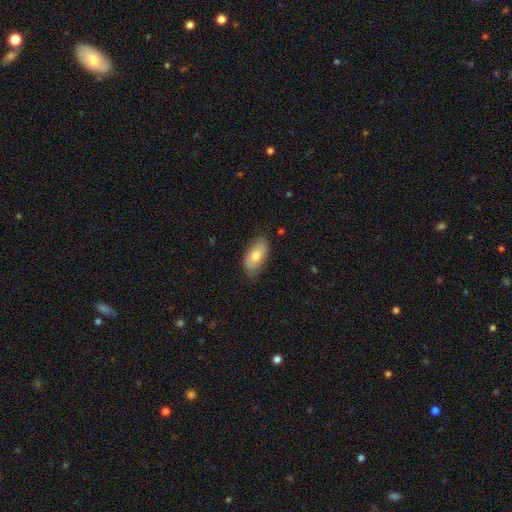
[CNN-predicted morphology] Overall: smooth (70%). How rounded: in between (92%). Merging: none (79%).